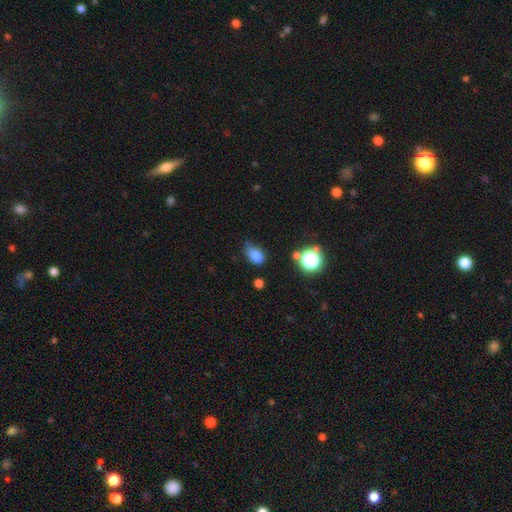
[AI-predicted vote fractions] Overall: smooth (80%). How rounded: in between (76%). Merging: none (43%; minor disturbance 40%).